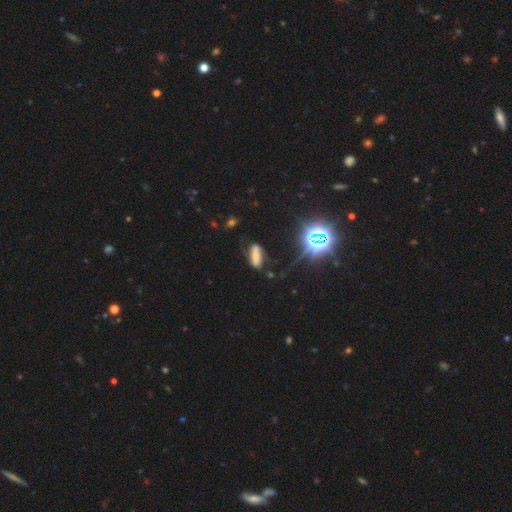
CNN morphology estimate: A smooth galaxy with no disk features (58%) that is in between round and cigar-shaped (65%). Merging: none (64%).